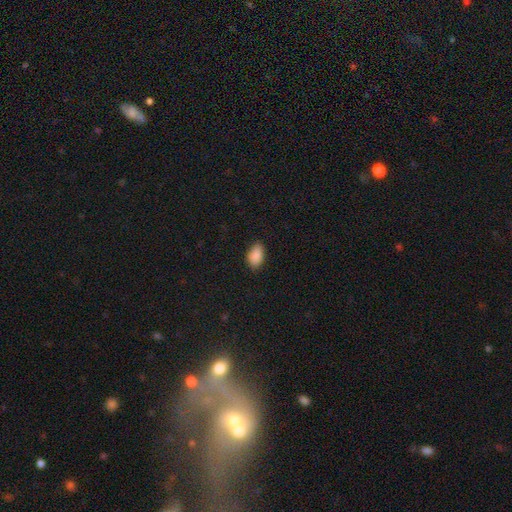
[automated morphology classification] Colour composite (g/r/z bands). It shows a smooth galaxy with no disk features (89%) that is in between round and cigar-shaped (91%). Merging: none (84%).